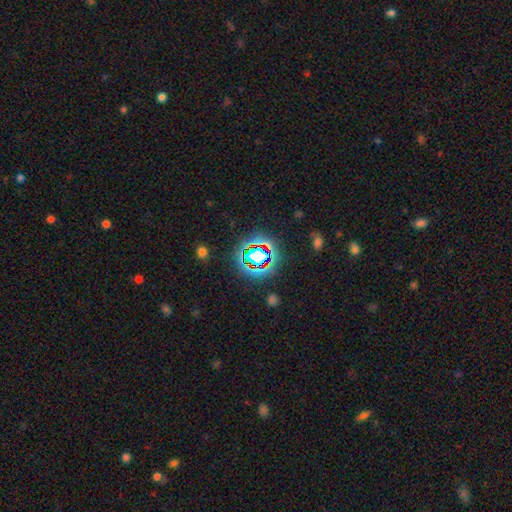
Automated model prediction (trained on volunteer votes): smooth_or_featured: star or artifact (p=0.73) [alt: smooth p=0.15]